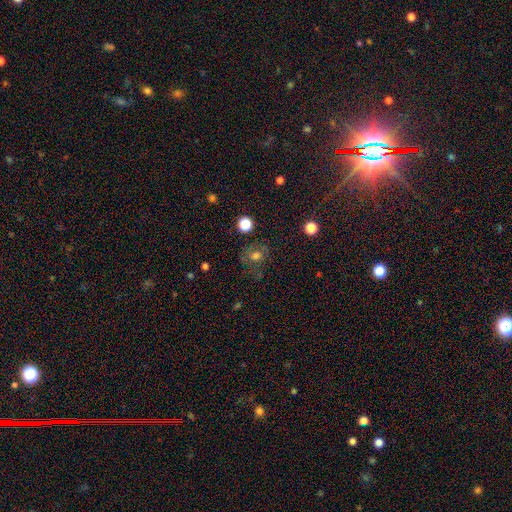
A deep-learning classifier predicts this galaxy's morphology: smooth 59%, star or artifact 21%, featured or disk 20%. Down the decision tree: how rounded — round (64%); merging — none (66%).